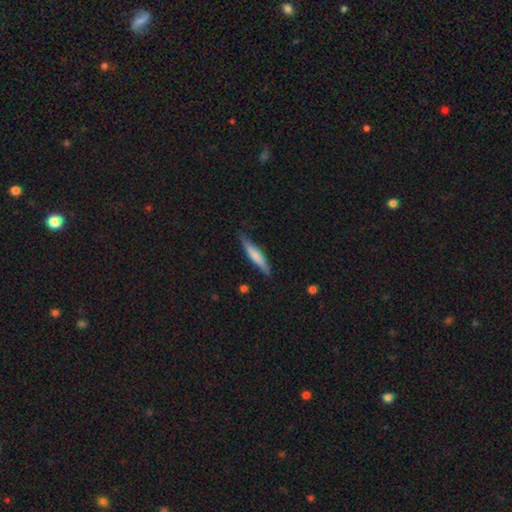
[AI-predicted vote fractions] The model was most divided on "smooth or featured": smooth: 68%, featured or disk: 27%, star or artifact: 5%. More confident: how rounded — cigar-shaped (89%); merging — none (82%).